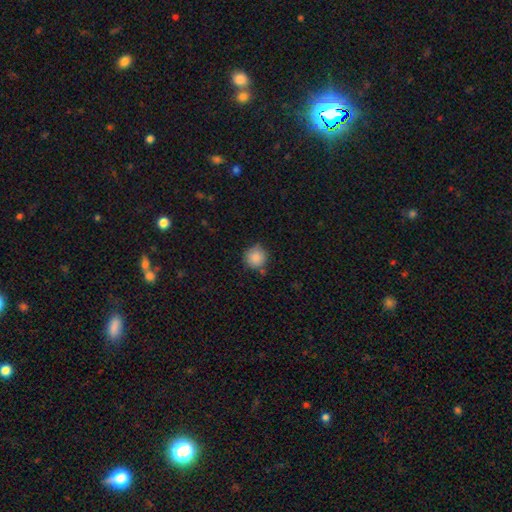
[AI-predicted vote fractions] The model was most divided on "merging": none: 76%, minor disturbance: 16%, merger: 4%, major disturbance: 3%. More confident: how rounded — round (93%); smooth or featured — smooth (88%).